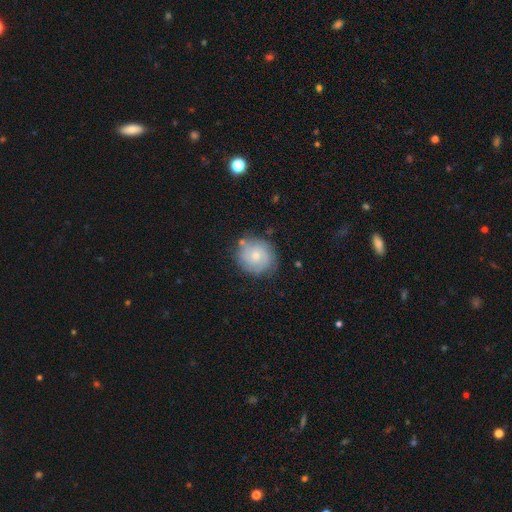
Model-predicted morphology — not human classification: A smooth galaxy with no disk features (47%).

Vote fractions:
- Smooth or featured? smooth: 47% / featured or disk: 45% / star or artifact: 8%
- Merging? none: 76% / minor disturbance: 16% / major disturbance: 5% / merger: 3%